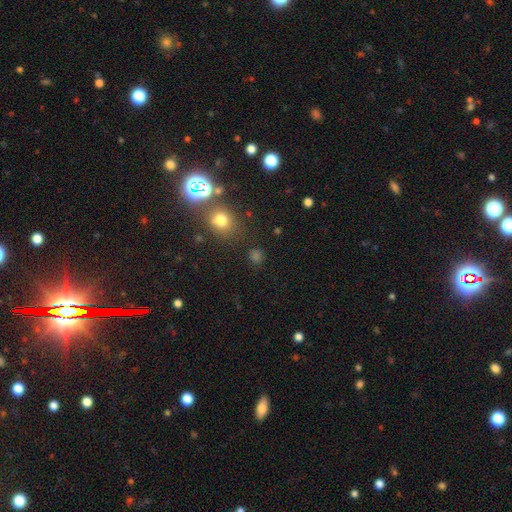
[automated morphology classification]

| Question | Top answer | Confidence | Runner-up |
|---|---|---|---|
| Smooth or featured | smooth | 53% | star or artifact (40%) |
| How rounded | round | 81% | in between (17%) |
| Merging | none | 80% | minor disturbance (10%) |